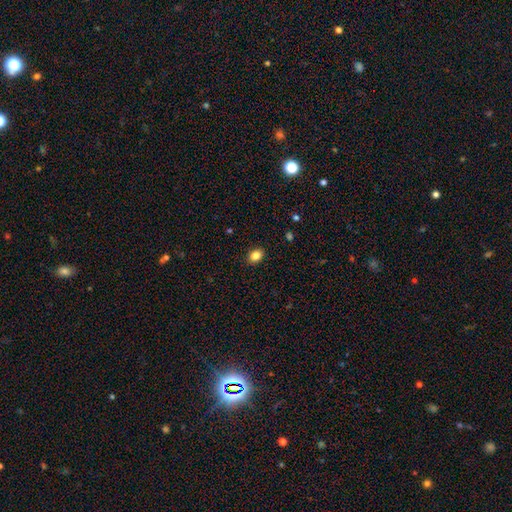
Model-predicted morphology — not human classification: A smooth galaxy with no disk features (85%) that is in between round and cigar-shaped (69%).

Vote fractions:
- Smooth or featured? smooth: 85% / star or artifact: 10% / featured or disk: 5%
- How rounded? in between: 69% / round: 30% / cigar-shaped: 1%
- Merging? none: 90% / minor disturbance: 7% / major disturbance: 2% / merger: 1%